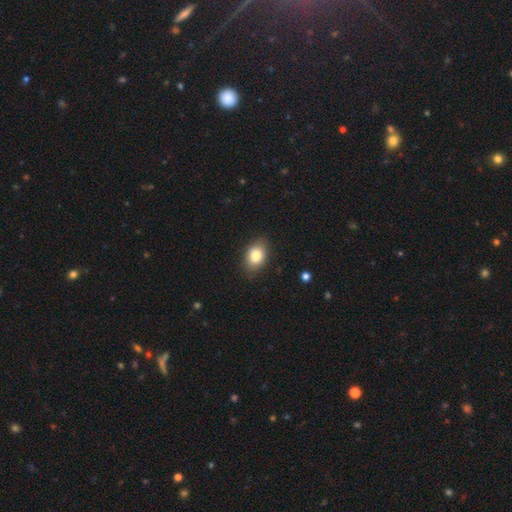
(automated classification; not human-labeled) Morphology: type=smooth (81%); roundness=in between (77%); merging=none (83%).